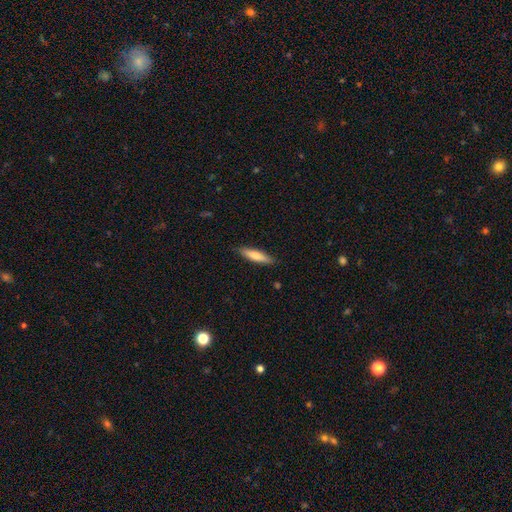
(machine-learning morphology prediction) Q: Smooth or featured?
A: smooth (72%); runner-up: featured or disk (22%)
Q: How rounded?
A: cigar-shaped (74%); runner-up: in between (24%)
Q: Merging?
A: none (87%); runner-up: minor disturbance (10%)